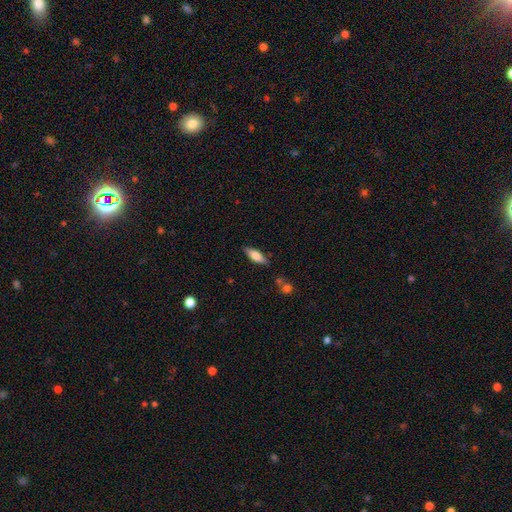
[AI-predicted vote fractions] Morphology: type=smooth (71%); roundness=in between (61%); merging=none (81%).